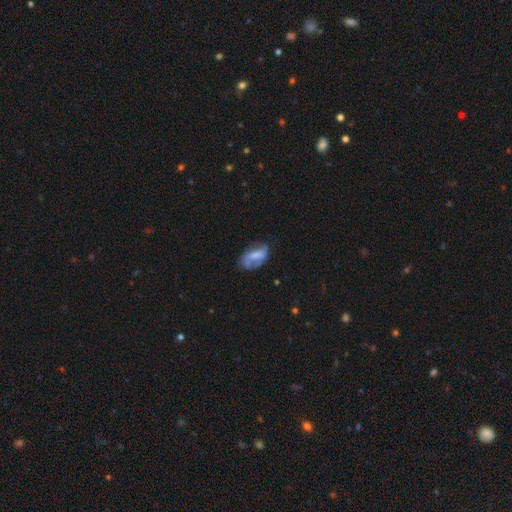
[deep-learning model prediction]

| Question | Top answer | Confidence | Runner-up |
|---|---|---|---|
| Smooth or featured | featured or disk | 46% | smooth (45%) |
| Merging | none | 43% | minor disturbance (29%) |